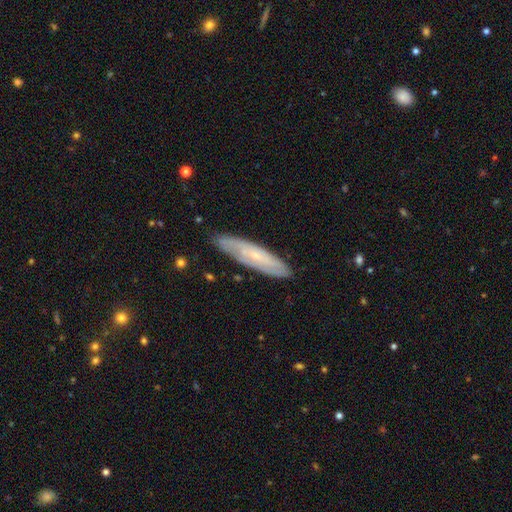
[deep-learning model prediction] A featured or disk galaxy (62%). Merging: none (81%).